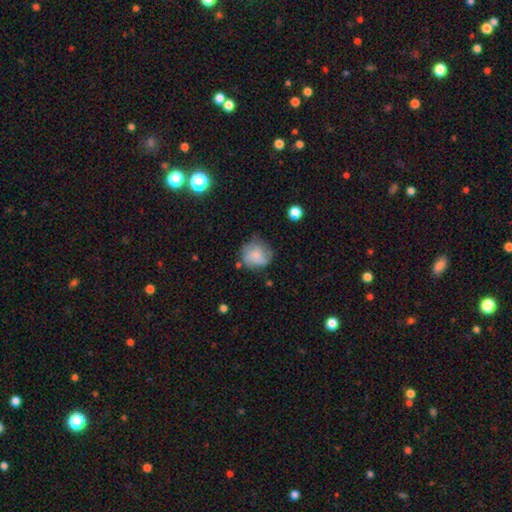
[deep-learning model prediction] Overall: smooth (60%; featured or disk 32%). How rounded: round (79%). Merging: none (61%; minor disturbance 26%).